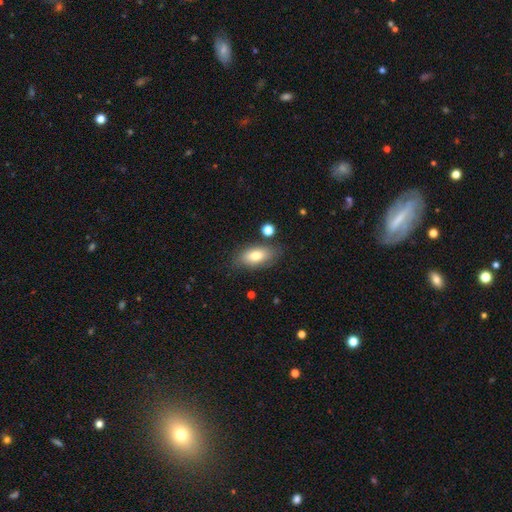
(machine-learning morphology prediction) Smooth or featured: smooth — 76% (featured or disk — 16%)
How rounded: in between — 88% (cigar-shaped — 7%)
Merging: none — 77% (minor disturbance — 15%)